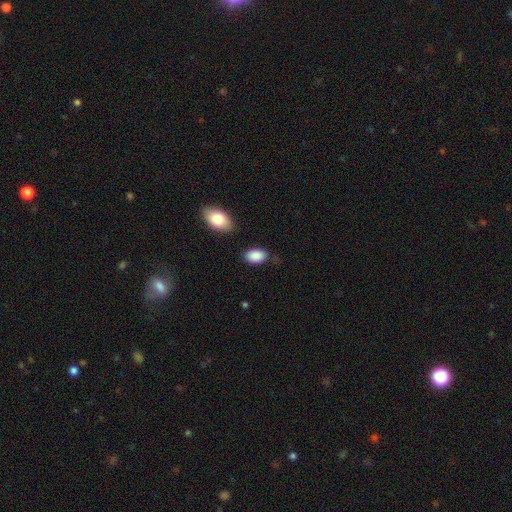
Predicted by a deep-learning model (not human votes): Smooth or featured?
  - smooth: 89% *
  - star or artifact: 7%
  - featured or disk: 4%
How rounded?
  - in between: 92% *
  - round: 6%
  - cigar-shaped: 1%
Merging?
  - none: 74% *
  - minor disturbance: 18%
  - major disturbance: 4%
  - merger: 4%